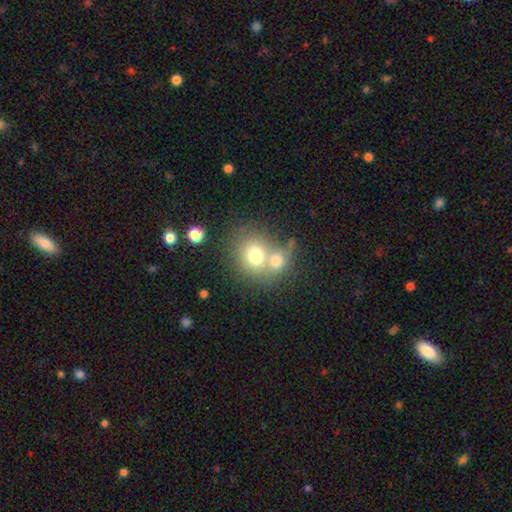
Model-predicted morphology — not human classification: This appears to be a smooth galaxy with no disk features (70%) that is round (77%). Merging: merger (51%).